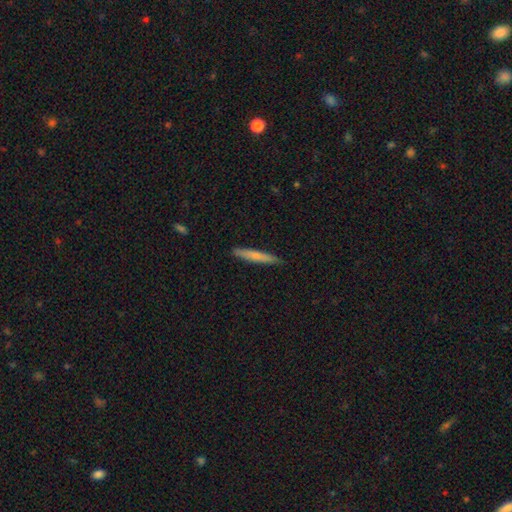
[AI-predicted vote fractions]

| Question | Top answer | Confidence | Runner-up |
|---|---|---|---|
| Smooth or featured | smooth | 69% | featured or disk (25%) |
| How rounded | cigar-shaped | 95% | in between (4%) |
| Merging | none | 90% | minor disturbance (8%) |